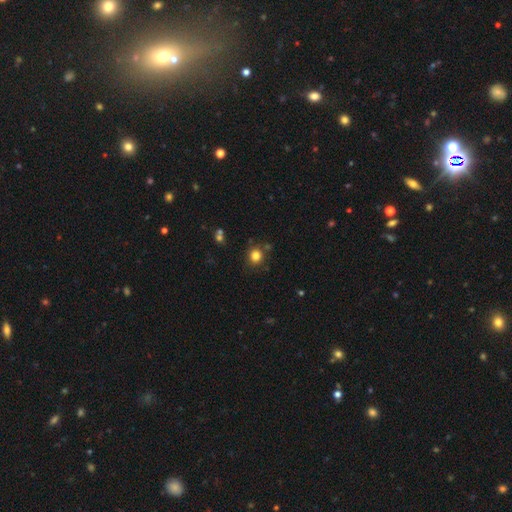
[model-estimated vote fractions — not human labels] Smooth or featured? Predicted: smooth (p=0.81). How rounded? Predicted: round (p=0.87). Merging? Predicted: none (p=0.82).